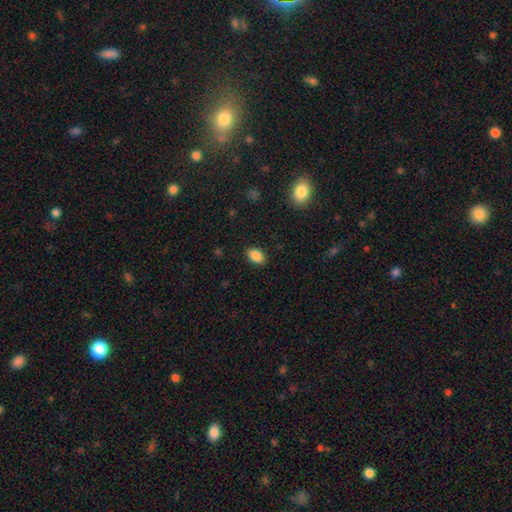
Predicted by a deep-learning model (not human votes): Smooth or featured?
  - smooth: 87% *
  - star or artifact: 9%
  - featured or disk: 4%
How rounded?
  - in between: 84% *
  - round: 14%
  - cigar-shaped: 1%
Merging?
  - none: 88% *
  - minor disturbance: 9%
  - major disturbance: 2%
  - merger: 1%